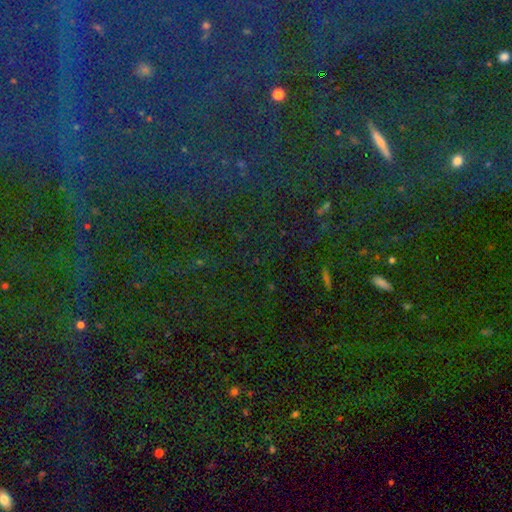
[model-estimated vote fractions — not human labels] A star or artifact, not a galaxy (80%).

Vote fractions:
- Smooth or featured? star or artifact: 80% / smooth: 11% / featured or disk: 9%